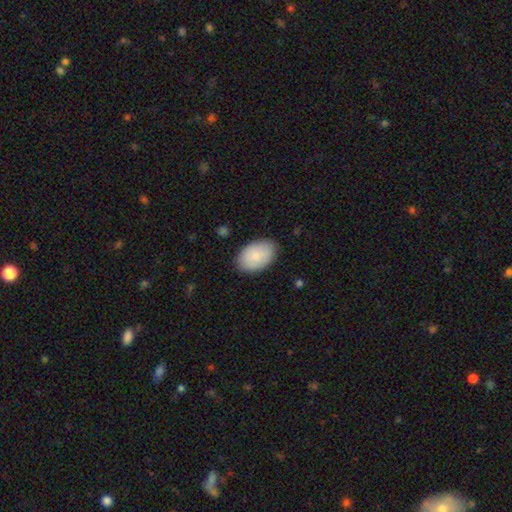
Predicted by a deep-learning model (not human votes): The model was most divided on "merging": none: 84%, minor disturbance: 13%, major disturbance: 3%, merger: 1%. More confident: how rounded — in between (91%); smooth or featured — smooth (85%).